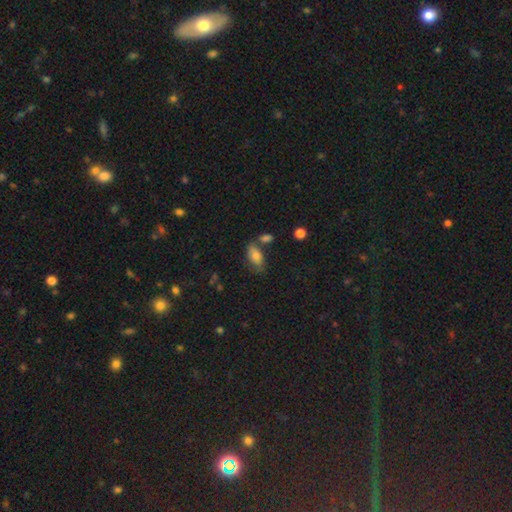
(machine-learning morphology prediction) Smooth or featured? Predicted: smooth (p=0.76). How rounded? Predicted: in between (p=0.91). Merging? Predicted: none (p=0.55).